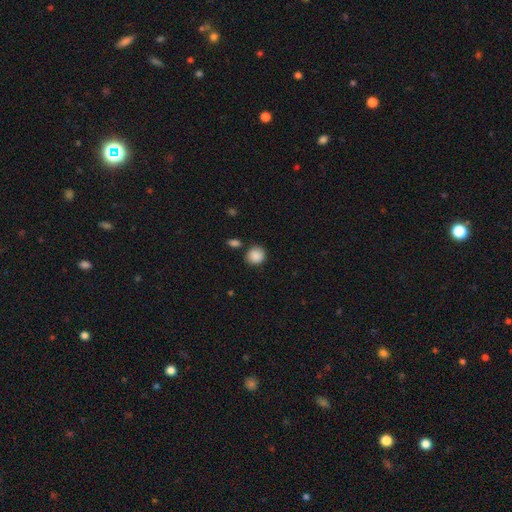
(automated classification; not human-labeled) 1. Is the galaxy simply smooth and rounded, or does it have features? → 89% smooth, 8% star or artifact, 4% featured or disk.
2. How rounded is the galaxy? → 85% round, 14% in between, 1% cigar-shaped.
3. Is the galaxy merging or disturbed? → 78% none, 12% minor disturbance, 6% merger, 3% major disturbance.